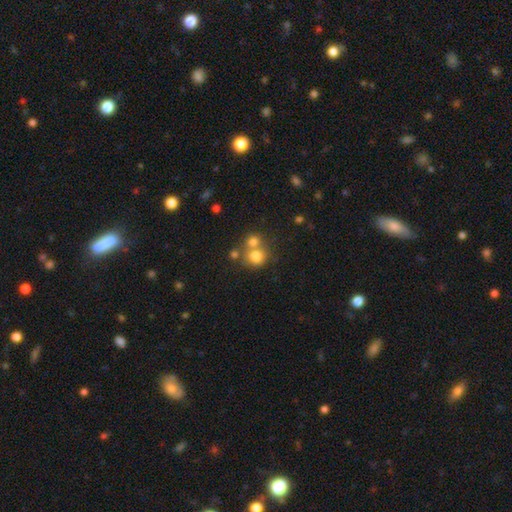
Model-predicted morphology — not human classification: Q: Smooth or featured?
A: smooth (75%); runner-up: star or artifact (13%)
Q: How rounded?
A: round (81%); runner-up: in between (18%)
Q: Merging?
A: merger (44%); runner-up: none (43%)